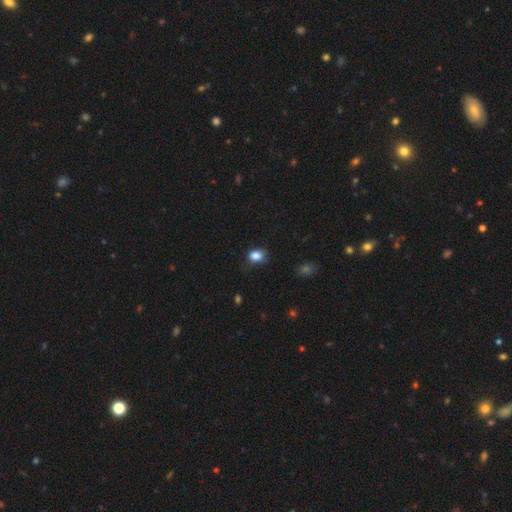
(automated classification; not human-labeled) A smooth galaxy with no disk features (86%) that is in between round and cigar-shaped (61%). Merging: none (71%).